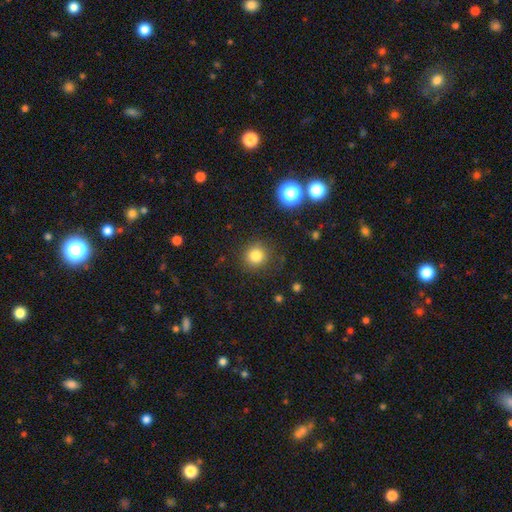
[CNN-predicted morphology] type=smooth (81%); roundness=round (92%); merging=none (86%).